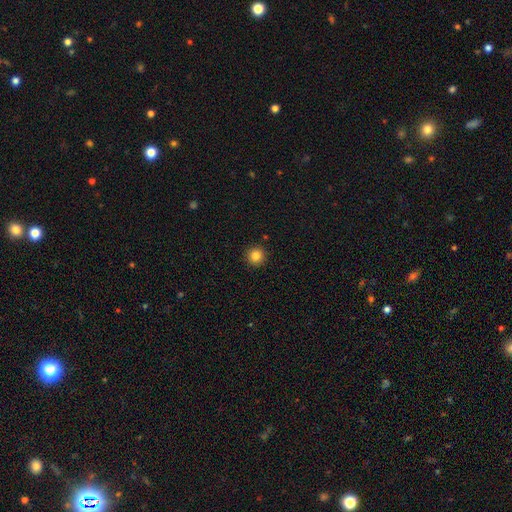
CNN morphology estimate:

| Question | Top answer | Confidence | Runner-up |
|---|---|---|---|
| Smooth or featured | smooth | 84% | star or artifact (11%) |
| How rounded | round | 95% | in between (4%) |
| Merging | none | 92% | minor disturbance (5%) |